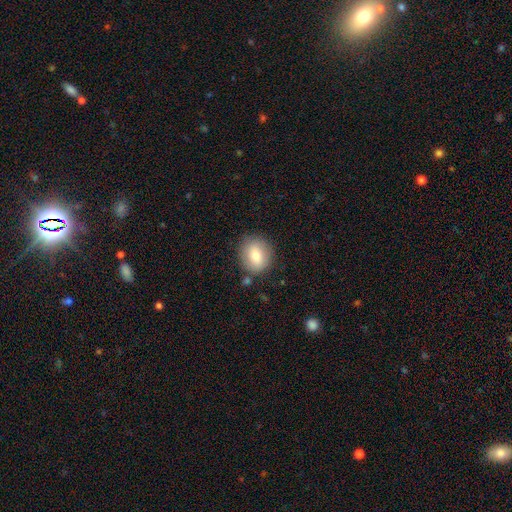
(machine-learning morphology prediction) Overall: smooth (77%). How rounded: round (75%). Merging: none (82%).